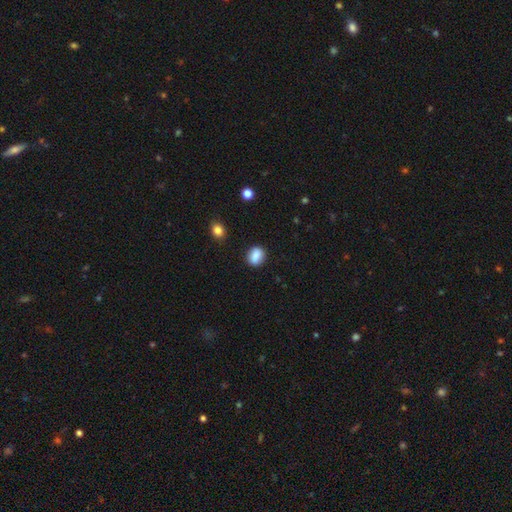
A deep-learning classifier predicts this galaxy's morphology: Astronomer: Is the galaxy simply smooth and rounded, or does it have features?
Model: smooth — 86%.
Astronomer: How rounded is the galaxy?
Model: in between — 54% (runner-up: round, 44%).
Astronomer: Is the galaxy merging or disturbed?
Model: none — 85%.